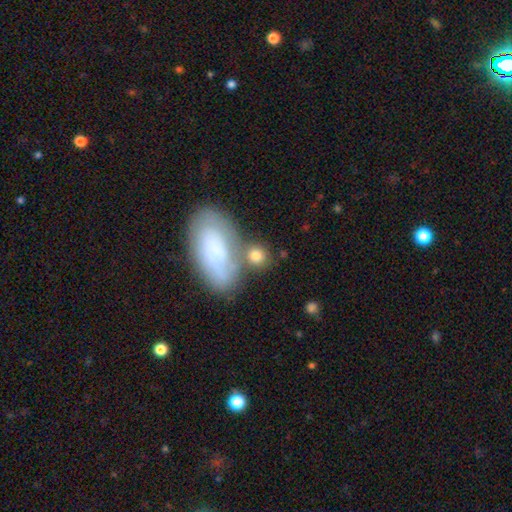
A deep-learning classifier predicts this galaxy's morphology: This appears to be a smooth galaxy with no disk features (77%) that is round (69%). Merging: none (60%).